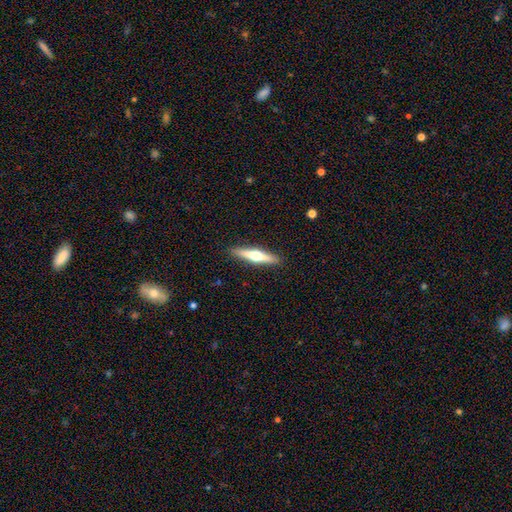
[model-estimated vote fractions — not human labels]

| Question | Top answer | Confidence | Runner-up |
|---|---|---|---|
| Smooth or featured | featured or disk | 59% | smooth (36%) |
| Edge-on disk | yes | 96% | no (4%) |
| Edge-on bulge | rounded | 94% | none (4%) |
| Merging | none | 91% | minor disturbance (6%) |